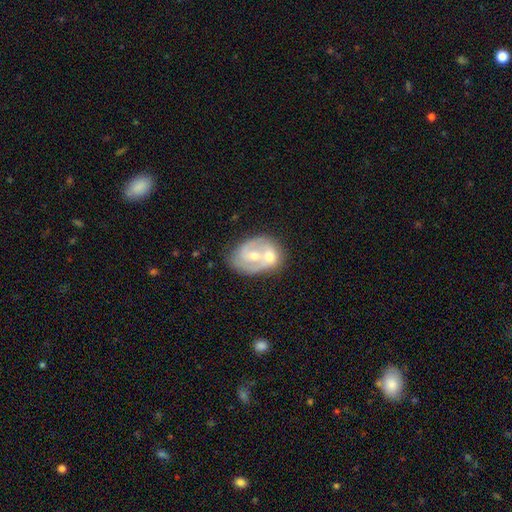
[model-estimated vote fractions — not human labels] smooth_or_featured: featured or disk (p=0.68) [alt: smooth p=0.26]
disk_edge_on: no (p=0.97) [alt: yes p=0.03]
bar: no (p=0.61) [alt: weak p=0.30]
has_spiral_arms: yes (p=0.65) [alt: no p=0.35]
bulge_size: moderate (p=0.58) [alt: small p=0.36]
merging: merger (p=0.55) [alt: none p=0.28]